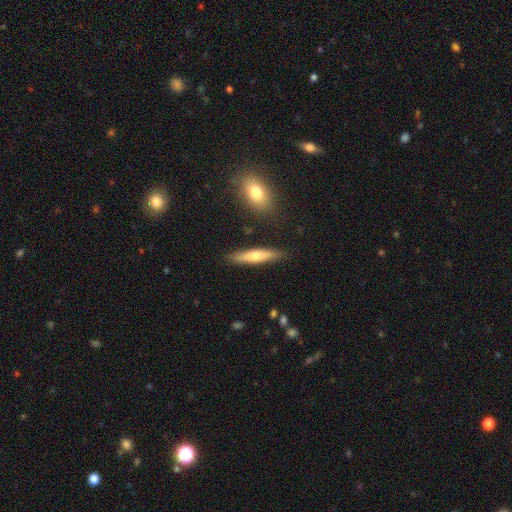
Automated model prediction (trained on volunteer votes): Smooth or featured? smooth (53%)
How rounded? cigar-shaped (84%)
Merging? none (85%)